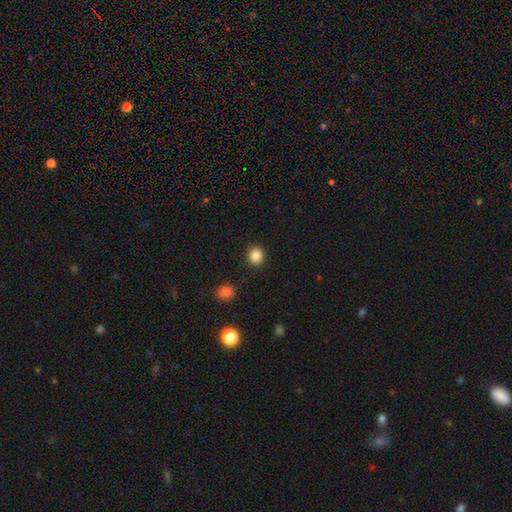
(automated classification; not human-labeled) This appears to be a smooth galaxy with no disk features (86%) that is round (79%). Merging: none (91%).